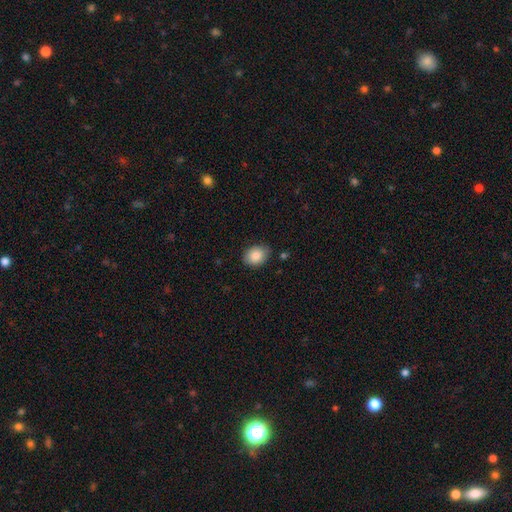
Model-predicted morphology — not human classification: Smooth or featured: smooth — 87% (star or artifact — 8%)
How rounded: in between — 62% (round — 37%)
Merging: none — 82% (minor disturbance — 14%)